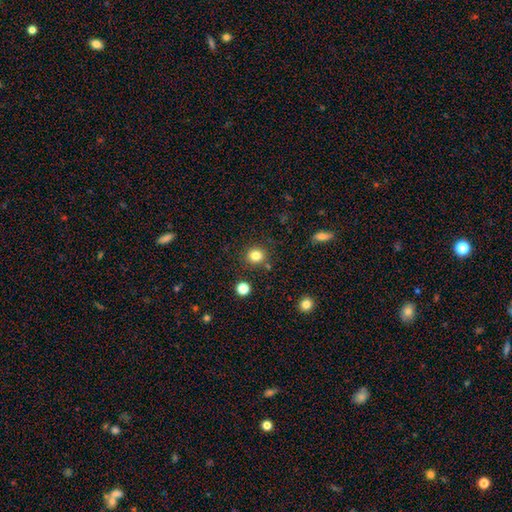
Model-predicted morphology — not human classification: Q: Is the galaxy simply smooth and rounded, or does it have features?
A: smooth — 83%.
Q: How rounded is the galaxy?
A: round — 86%.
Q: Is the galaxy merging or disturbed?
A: none — 85%.